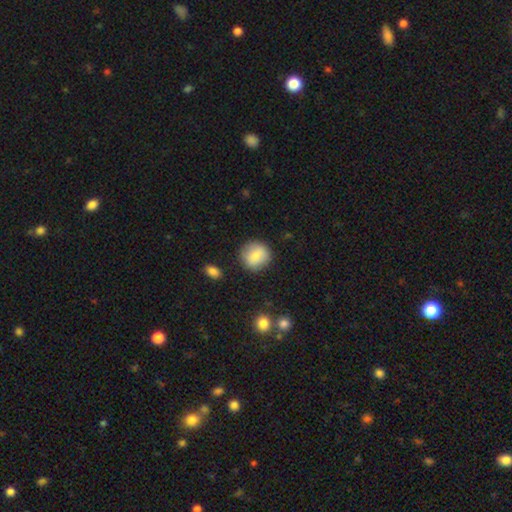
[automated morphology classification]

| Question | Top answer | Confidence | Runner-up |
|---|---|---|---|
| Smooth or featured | smooth | 80% | featured or disk (13%) |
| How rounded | round | 91% | in between (8%) |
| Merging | none | 85% | minor disturbance (10%) |